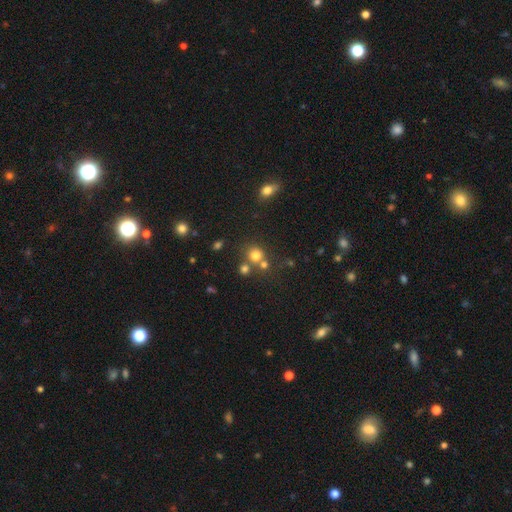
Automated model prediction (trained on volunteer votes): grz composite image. It shows a smooth galaxy with no disk features (73%) that is round (85%). Merging: none (58%).